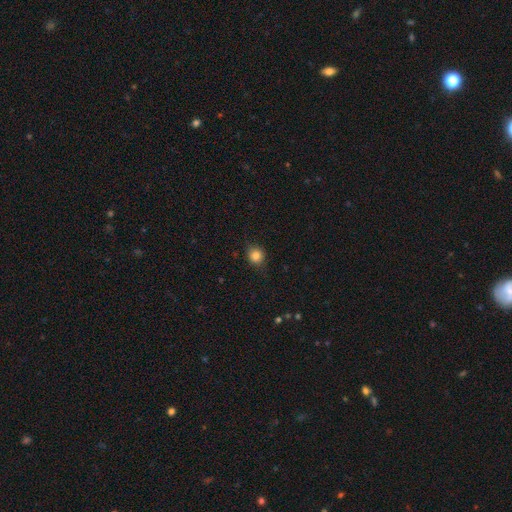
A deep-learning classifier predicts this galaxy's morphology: A smooth galaxy with no disk features (82%) that is round (82%). Merging: none (81%).